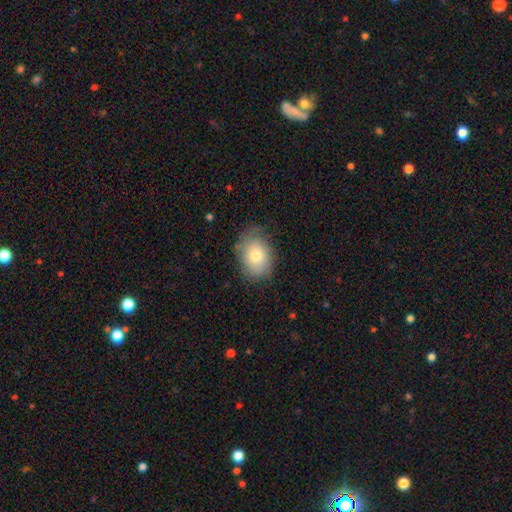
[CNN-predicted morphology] smooth-or-featured: smooth: 70% | featured or disk: 21% | star or artifact: 8%
  how-rounded: in between: 66% | round: 33% | cigar-shaped: 1%
  merging: none: 68% | minor disturbance: 24% | major disturbance: 7% | merger: 1%